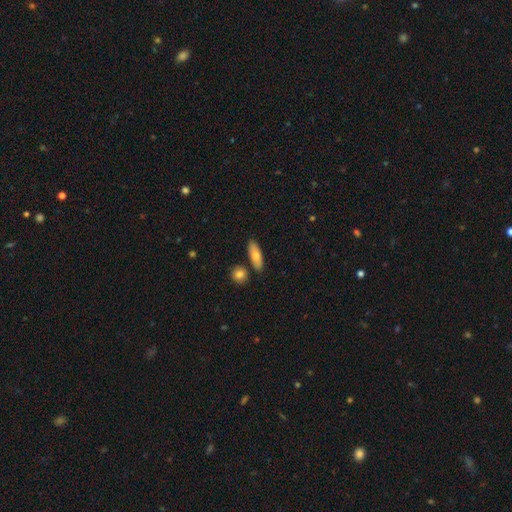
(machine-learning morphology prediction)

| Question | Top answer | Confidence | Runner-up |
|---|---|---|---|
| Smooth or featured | smooth | 74% | featured or disk (20%) |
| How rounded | in between | 62% | cigar-shaped (34%) |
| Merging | none | 81% | minor disturbance (10%) |